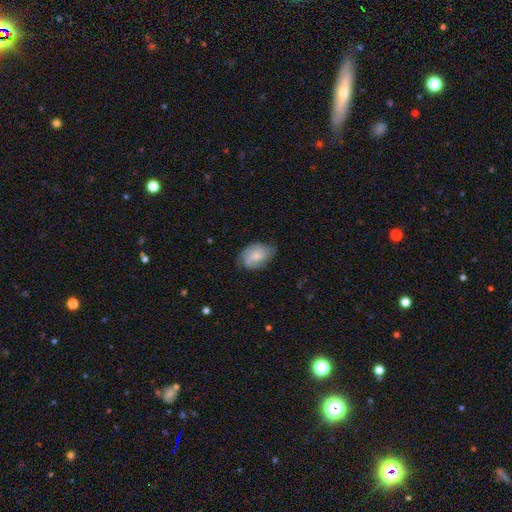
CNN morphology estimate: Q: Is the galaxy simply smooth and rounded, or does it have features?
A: smooth — 58%.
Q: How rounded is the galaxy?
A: in between — 83%.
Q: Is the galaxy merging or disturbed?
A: none — 64%.